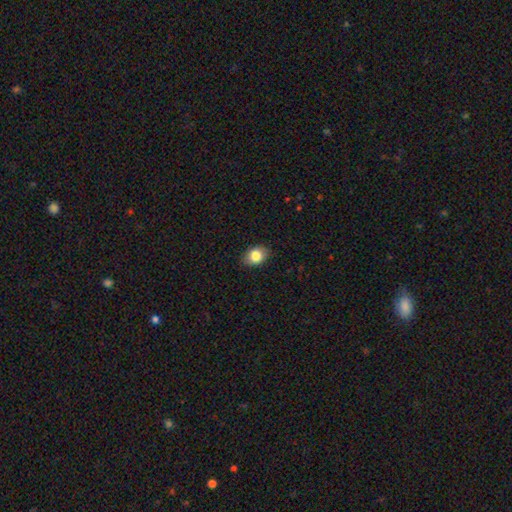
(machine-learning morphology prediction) Smooth or featured: smooth — 83% (featured or disk — 8%)
How rounded: in between — 71% (round — 28%)
Merging: none — 86% (minor disturbance — 11%)